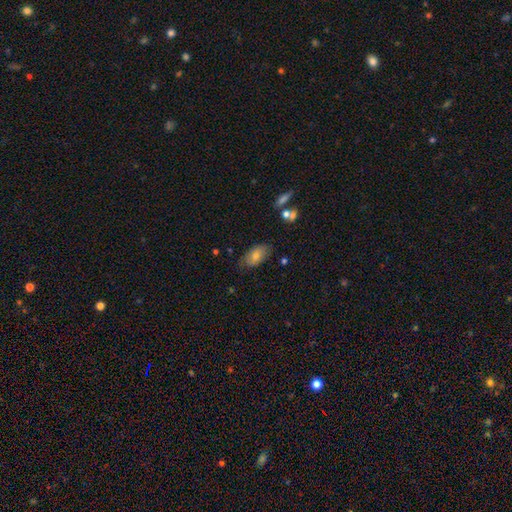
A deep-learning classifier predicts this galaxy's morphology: smooth-or-featured: smooth: 69% | featured or disk: 21% | star or artifact: 9%
  how-rounded: in between: 92% | round: 5% | cigar-shaped: 3%
  merging: none: 73% | minor disturbance: 20% | major disturbance: 4% | merger: 2%